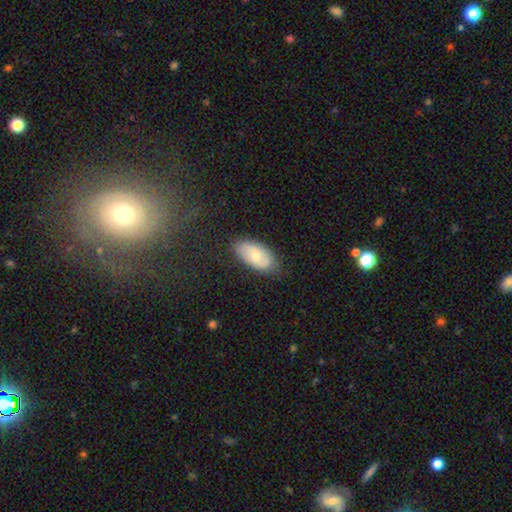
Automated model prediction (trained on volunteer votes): This is likely a smooth galaxy (62%). How rounded: clearly in between (93%). Merging: likely none (79%).